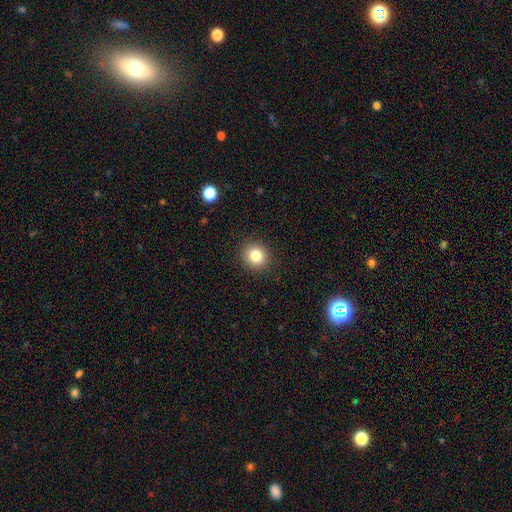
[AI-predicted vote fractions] This is clearly a smooth galaxy (82%). How rounded: clearly round (88%). Merging: clearly none (91%).